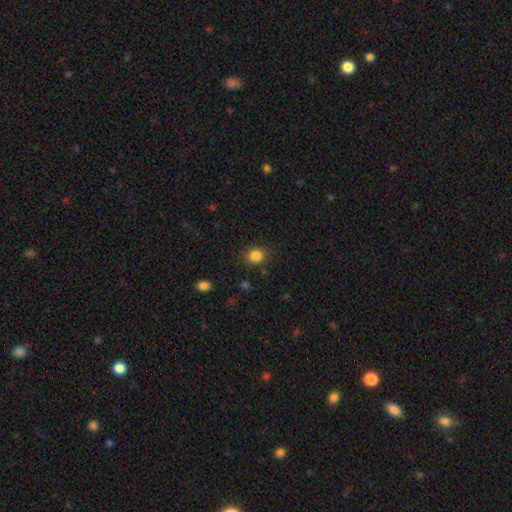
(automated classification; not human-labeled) The model was most divided on "how rounded": round: 64%, in between: 35%, cigar-shaped: 1%. More confident: merging — none (85%); smooth or featured — smooth (85%).